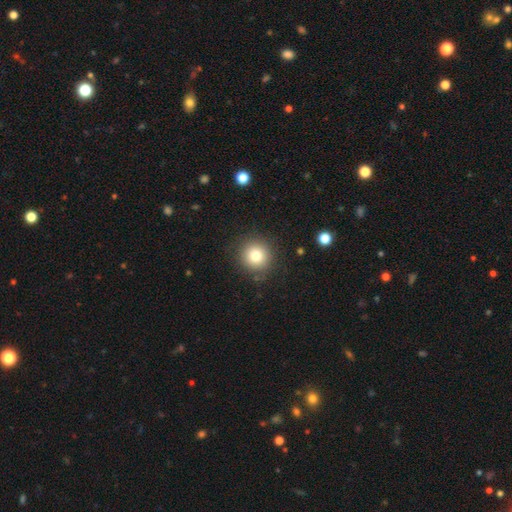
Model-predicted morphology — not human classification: This is likely a smooth galaxy (80%). How rounded: clearly round (94%). Merging: clearly none (88%).